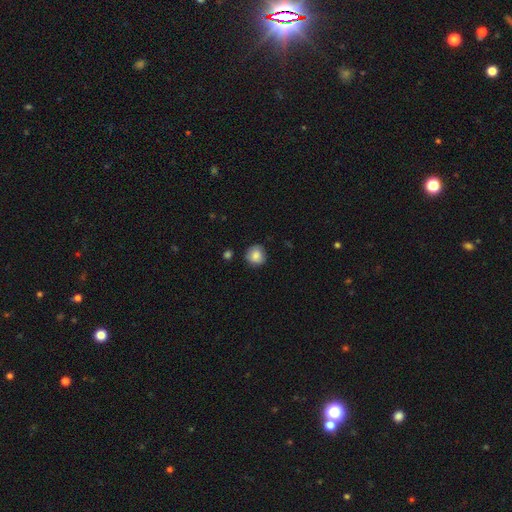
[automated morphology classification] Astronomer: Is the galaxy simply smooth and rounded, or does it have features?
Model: smooth — 85%.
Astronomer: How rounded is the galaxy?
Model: round — 92%.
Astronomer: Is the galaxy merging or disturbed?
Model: none — 84%.